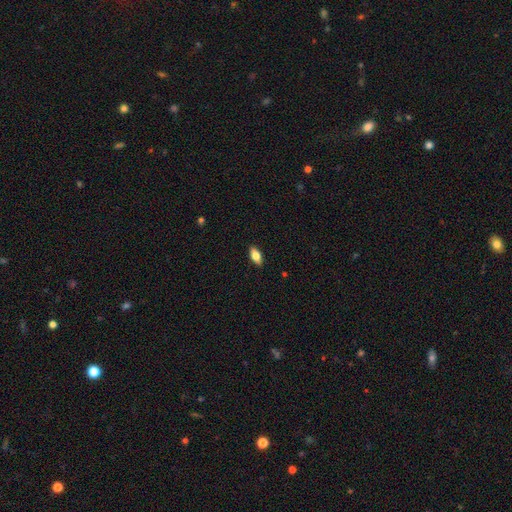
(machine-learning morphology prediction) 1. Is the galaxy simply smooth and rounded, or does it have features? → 68% smooth, 25% featured or disk, 7% star or artifact.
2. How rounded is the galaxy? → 84% in between, 12% cigar-shaped, 4% round.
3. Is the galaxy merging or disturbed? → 89% none, 8% minor disturbance, 2% major disturbance, 1% merger.